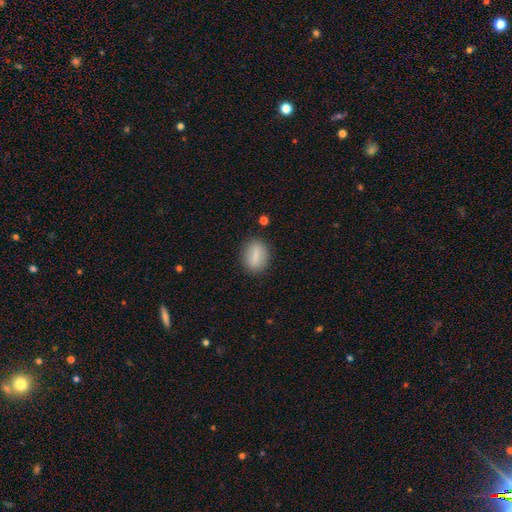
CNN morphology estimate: The model was most divided on "how rounded": in between: 62%, round: 33%, cigar-shaped: 4%. More confident: merging — none (84%); smooth or featured — smooth (78%).